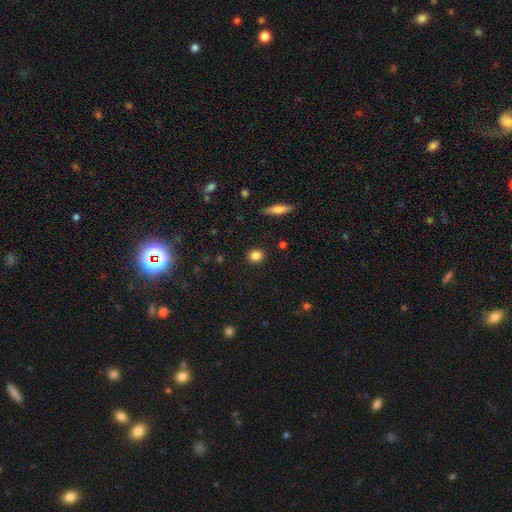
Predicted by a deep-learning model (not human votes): Overall: smooth (84%). How rounded: round (81%). Merging: none (90%).